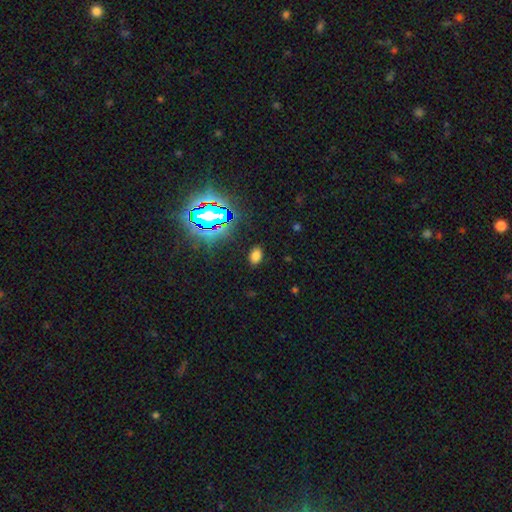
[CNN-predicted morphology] Smooth or featured? smooth (68%)
How rounded? in between (85%)
Merging? none (87%)